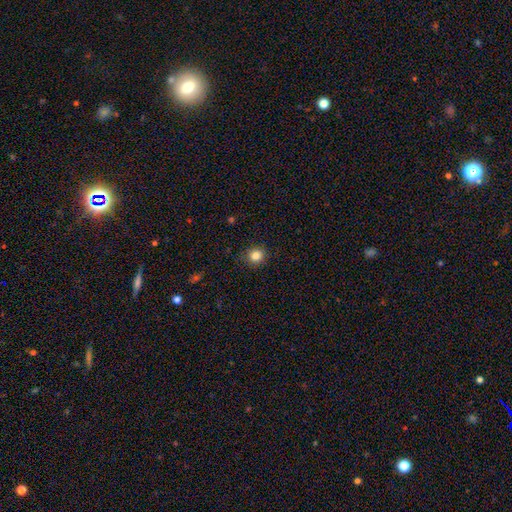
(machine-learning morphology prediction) Q: Smooth or featured?
A: smooth (84%); runner-up: star or artifact (11%)
Q: How rounded?
A: round (87%); runner-up: in between (12%)
Q: Merging?
A: none (87%); runner-up: minor disturbance (10%)